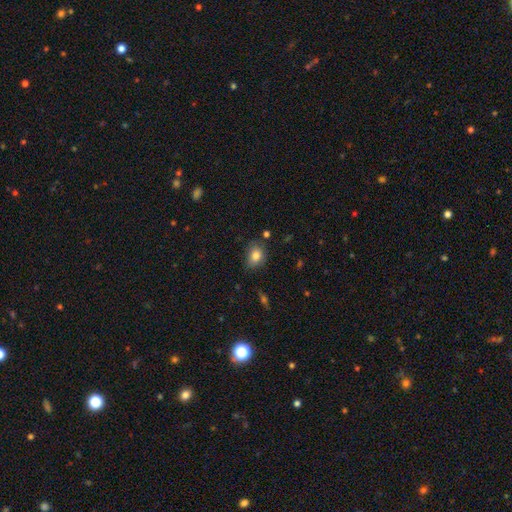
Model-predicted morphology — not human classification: Overall: smooth (82%). How rounded: in between (64%; round 35%). Merging: none (75%).